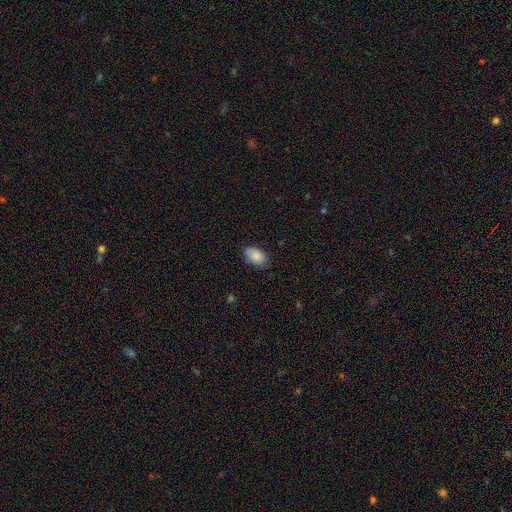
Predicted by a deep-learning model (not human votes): This appears to be a smooth galaxy with no disk features (87%) that is in between round and cigar-shaped (90%). Merging: none (81%).